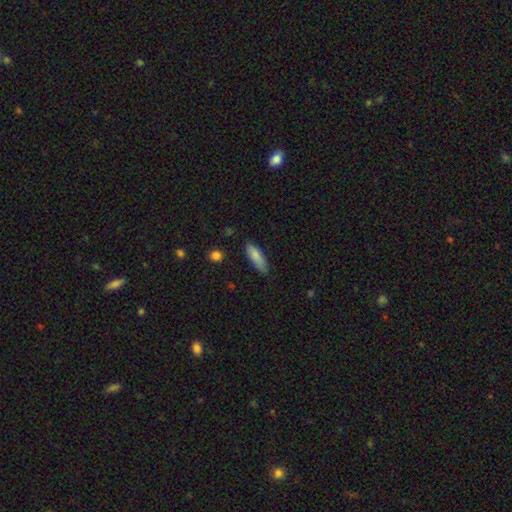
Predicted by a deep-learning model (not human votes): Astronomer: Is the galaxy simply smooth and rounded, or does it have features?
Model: smooth — 84%.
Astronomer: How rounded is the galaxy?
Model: in between — 53% (runner-up: cigar-shaped, 45%).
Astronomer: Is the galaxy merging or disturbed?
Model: none — 77%.